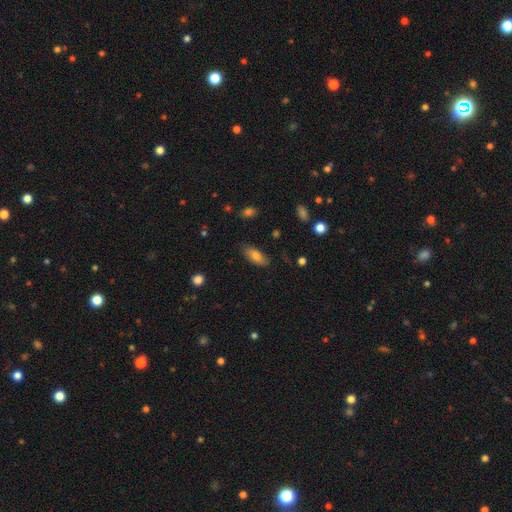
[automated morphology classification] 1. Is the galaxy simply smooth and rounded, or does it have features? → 78% smooth, 15% featured or disk, 8% star or artifact.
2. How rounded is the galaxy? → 83% in between, 15% cigar-shaped, 2% round.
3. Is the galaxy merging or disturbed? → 82% none, 14% minor disturbance, 3% major disturbance, 2% merger.